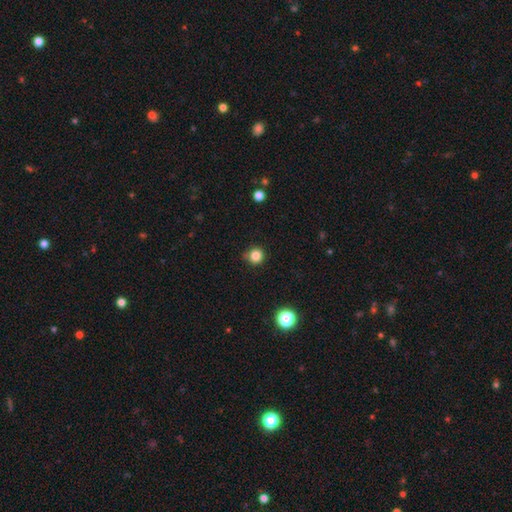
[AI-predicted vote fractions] The model was most divided on "merging": none: 82%, minor disturbance: 13%, major disturbance: 3%, merger: 2%. More confident: how rounded — round (93%); smooth or featured — smooth (83%).